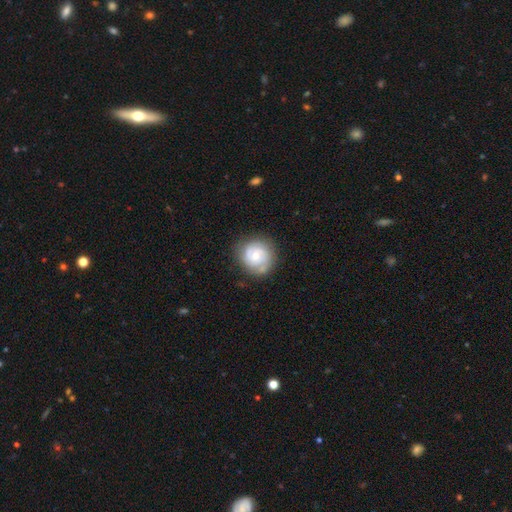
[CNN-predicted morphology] A featured or disk galaxy (60%) with no bar (69%), spiral arms (84%) and a moderate central bulge (48%).

Vote fractions:
- Smooth or featured? featured or disk: 60% / smooth: 33% / star or artifact: 7%
- Edge-on disk? no: 98% / yes: 2%
- Bar? no: 69% / weak: 27% / strong: 4%
- Spiral arms? yes: 84% / no: 16%
- Bulge size? moderate: 48% / small: 47% / large: 3% / none: 2% / dominant: 1%
- Merging? none: 75% / minor disturbance: 17% / major disturbance: 6% / merger: 2%